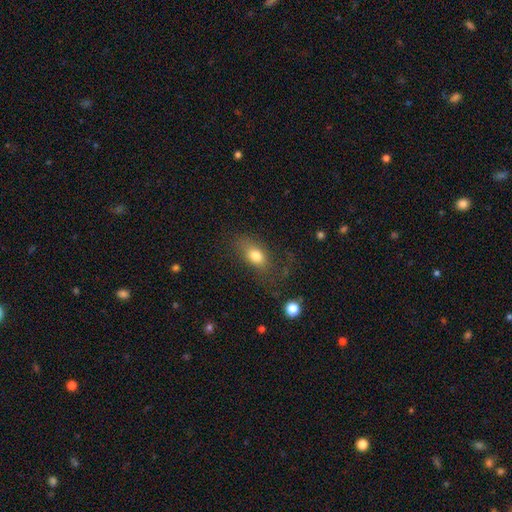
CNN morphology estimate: The model was most divided on "merging": none: 59%, minor disturbance: 22%, major disturbance: 16%, merger: 3%. More confident: how rounded — in between (83%); smooth or featured — smooth (77%).